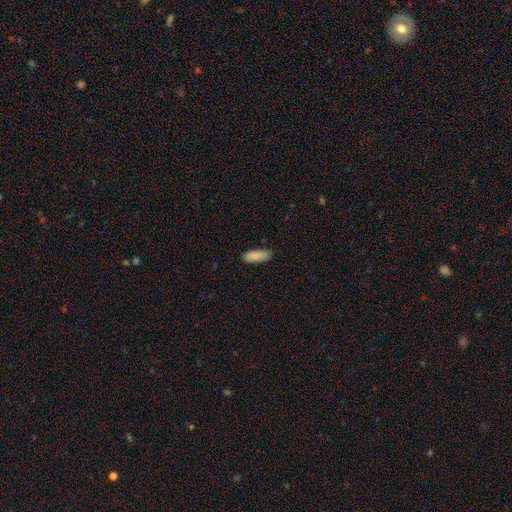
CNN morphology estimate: smooth_or_featured: smooth (p=0.87) [alt: featured or disk p=0.07]
how_rounded: in between (p=0.65) [alt: cigar-shaped p=0.33]
merging: none (p=0.79) [alt: minor disturbance p=0.17]